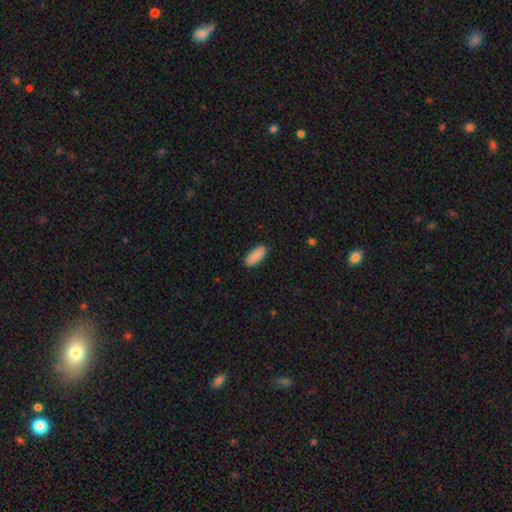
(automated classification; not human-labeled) Smooth or featured? smooth (90%)
How rounded? in between (85%)
Merging? none (89%)